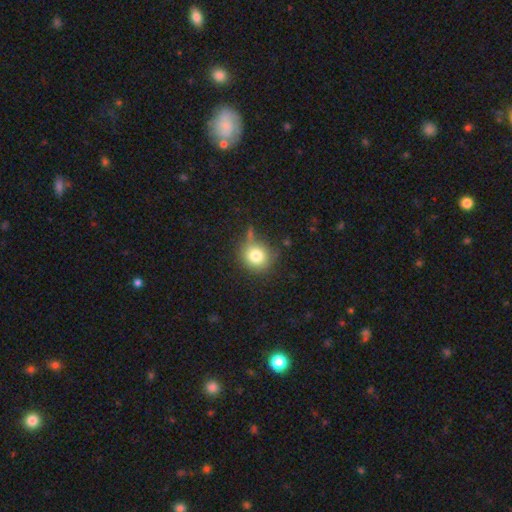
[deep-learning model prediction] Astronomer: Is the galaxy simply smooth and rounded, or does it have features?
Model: smooth — 79%.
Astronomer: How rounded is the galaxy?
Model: round — 86%.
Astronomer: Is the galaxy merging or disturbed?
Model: none — 67%.